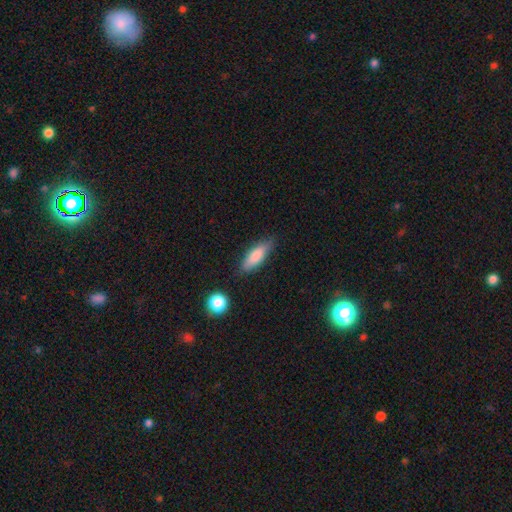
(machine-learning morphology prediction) Smooth or featured: smooth — 80% (featured or disk — 13%)
How rounded: in between — 55% (cigar-shaped — 43%)
Merging: none — 81% (minor disturbance — 14%)